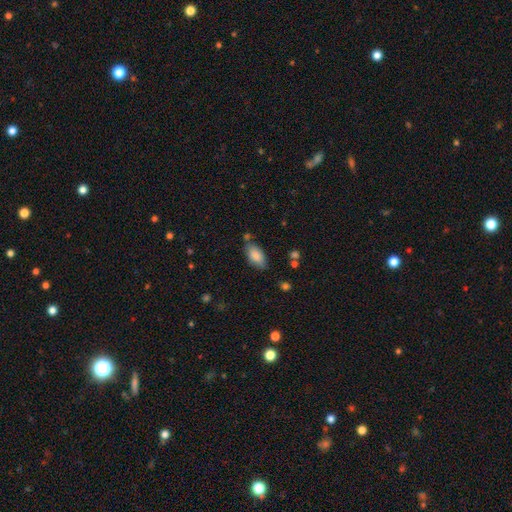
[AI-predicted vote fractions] Smooth or featured: smooth — 85% (featured or disk — 8%)
How rounded: in between — 91% (cigar-shaped — 6%)
Merging: none — 71% (minor disturbance — 19%)